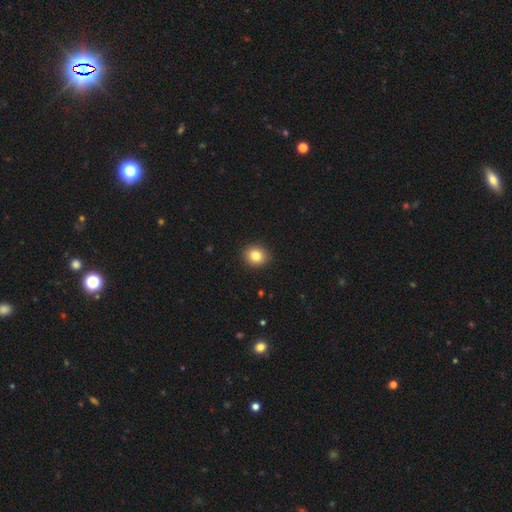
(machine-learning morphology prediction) A smooth galaxy with no disk features (83%) that is round (77%).

Vote fractions:
- Smooth or featured? smooth: 83% / star or artifact: 10% / featured or disk: 7%
- How rounded? round: 77% / in between: 22% / cigar-shaped: 1%
- Merging? none: 92% / minor disturbance: 6% / major disturbance: 2% / merger: 1%